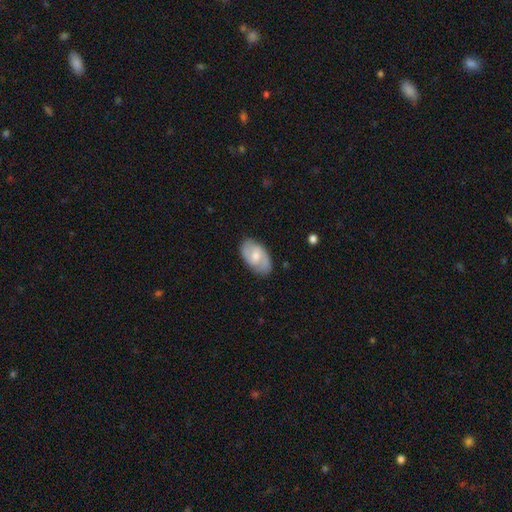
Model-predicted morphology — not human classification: featured or disk 54%, smooth 40%, star or artifact 6%. Down the decision tree: edge-on disk — no (95%); bar — weak (49%); spiral arms — yes (79%); bulge size — moderate (59%); merging — none (81%).